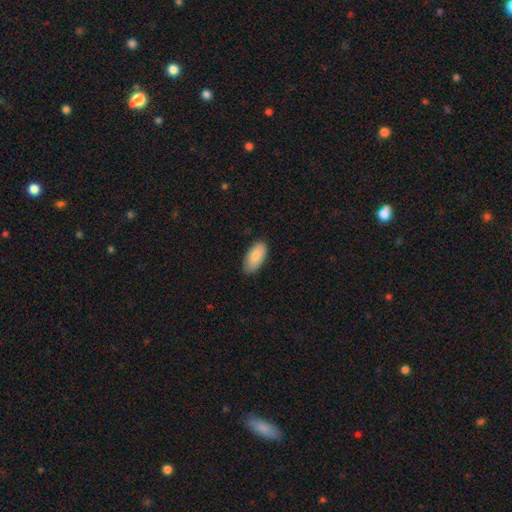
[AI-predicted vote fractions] Smooth or featured?
  - smooth: 87% *
  - featured or disk: 8%
  - star or artifact: 6%
How rounded?
  - in between: 93% *
  - cigar-shaped: 5%
  - round: 2%
Merging?
  - none: 83% *
  - minor disturbance: 14%
  - major disturbance: 2%
  - merger: 1%